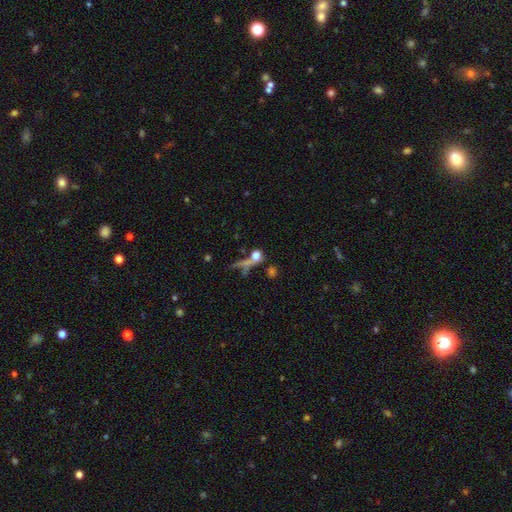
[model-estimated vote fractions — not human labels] This is likely a smooth galaxy (64%). How rounded: likely round (69%). Merging: possibly none (48%).